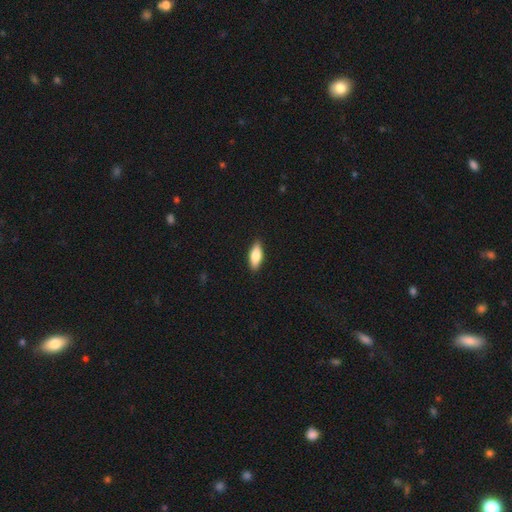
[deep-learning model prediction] A smooth galaxy with no disk features (79%) that is in between round and cigar-shaped (72%). Merging: none (89%).